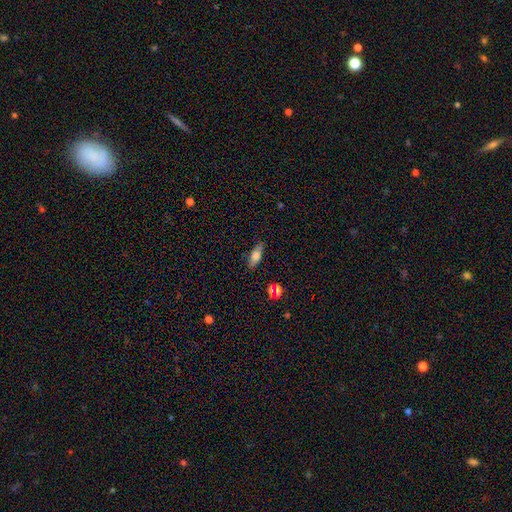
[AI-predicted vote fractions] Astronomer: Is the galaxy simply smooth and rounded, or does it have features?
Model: smooth — 71%.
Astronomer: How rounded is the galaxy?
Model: in between — 66%.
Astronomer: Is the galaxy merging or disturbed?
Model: none — 82%.